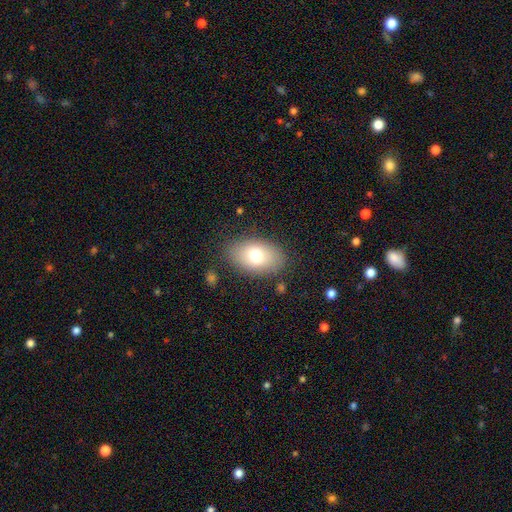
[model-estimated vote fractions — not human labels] Morphology: type=smooth (73%); roundness=in between (89%); merging=none (81%).